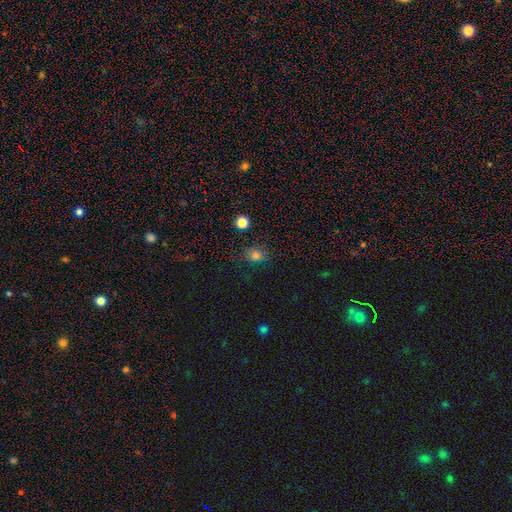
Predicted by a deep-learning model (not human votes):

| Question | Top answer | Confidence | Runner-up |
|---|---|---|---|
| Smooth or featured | smooth | 75% | star or artifact (20%) |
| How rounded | round | 60% | in between (39%) |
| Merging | none | 78% | minor disturbance (15%) |